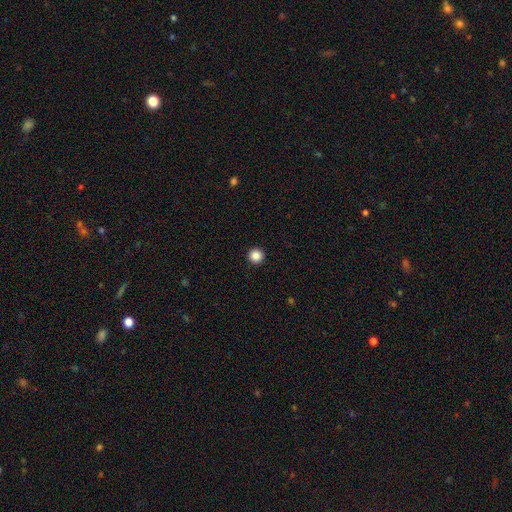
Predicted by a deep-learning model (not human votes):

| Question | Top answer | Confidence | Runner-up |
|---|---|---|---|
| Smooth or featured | smooth | 86% | star or artifact (10%) |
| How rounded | round | 97% | in between (2%) |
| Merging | none | 94% | minor disturbance (3%) |